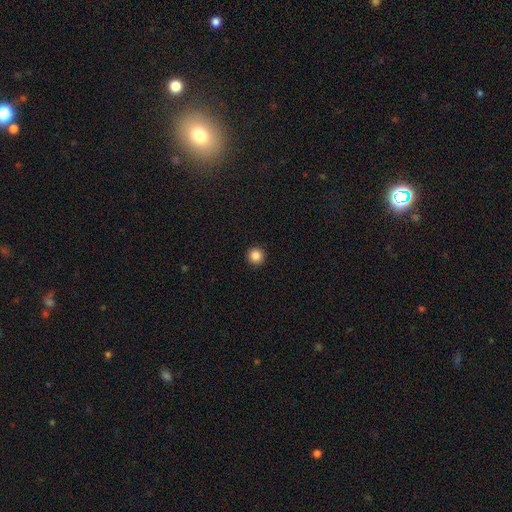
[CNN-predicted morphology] smooth-or-featured: smooth: 85% | star or artifact: 11% | featured or disk: 4%
  how-rounded: round: 96% | in between: 3% | cigar-shaped: 1%
  merging: none: 93% | minor disturbance: 4% | major disturbance: 2% | merger: 1%